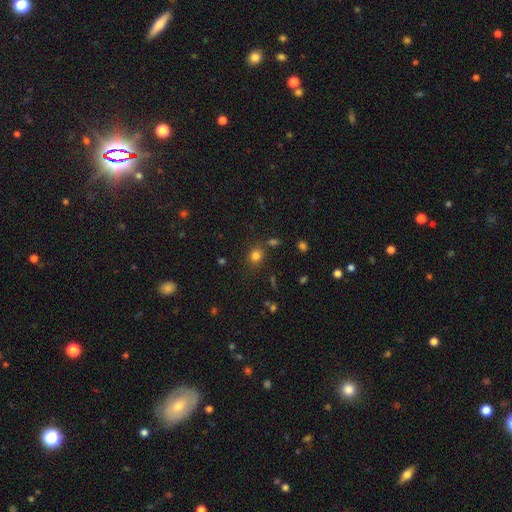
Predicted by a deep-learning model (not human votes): A smooth galaxy with no disk features (79%) that is round (73%). Merging: none (76%).